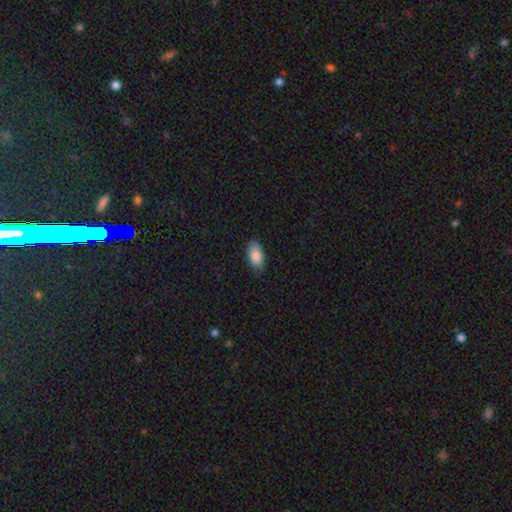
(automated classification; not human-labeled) A smooth galaxy with no disk features (86%) that is in between round and cigar-shaped (93%).

Vote fractions:
- Smooth or featured? smooth: 86% / featured or disk: 7% / star or artifact: 7%
- How rounded? in between: 93% / round: 4% / cigar-shaped: 4%
- Merging? none: 82% / minor disturbance: 14% / major disturbance: 3% / merger: 1%